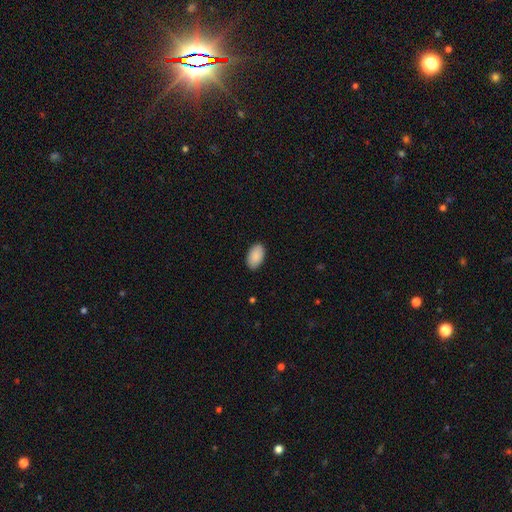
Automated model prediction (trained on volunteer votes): Smooth or featured? smooth (91%)
How rounded? in between (95%)
Merging? none (89%)